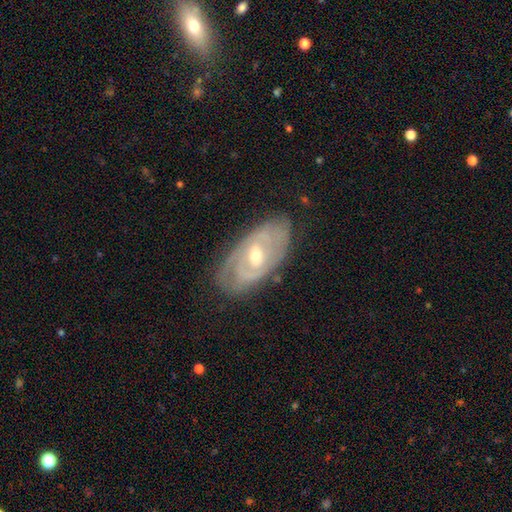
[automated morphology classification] A featured or disk galaxy (82%) with a weak bar (47%), 2 (45%) tight (67%) spiral arms (90%) and a moderate central bulge (52%).

Vote fractions:
- Smooth or featured? featured or disk: 82% / smooth: 12% / star or artifact: 5%
- Edge-on disk? no: 93% / yes: 7%
- Bar? weak: 47% / no: 39% / strong: 14%
- Spiral arms? yes: 90% / no: 10%
- Spiral winding? tight: 67% / medium: 26% / loose: 7%
- Spiral arm count? 2: 45% / can't tell: 33% / 3: 11% / 1: 4% / 4: 3% / more than 4: 3%
- Bulge size? moderate: 52% / small: 44% / large: 2% / none: 1% / dominant: 1%
- Merging? none: 74% / minor disturbance: 19% / major disturbance: 5% / merger: 1%